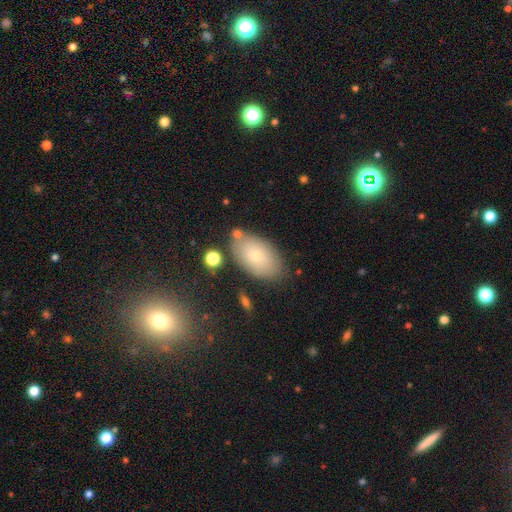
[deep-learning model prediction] Smooth or featured: smooth — 67% (featured or disk — 25%)
How rounded: in between — 92% (round — 6%)
Merging: none — 73% (minor disturbance — 16%)